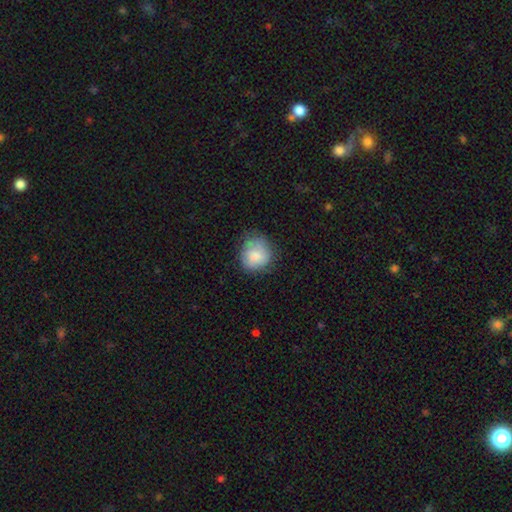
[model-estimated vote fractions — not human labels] Morphology: type=smooth (78%); roundness=round (79%); merging=none (66%).